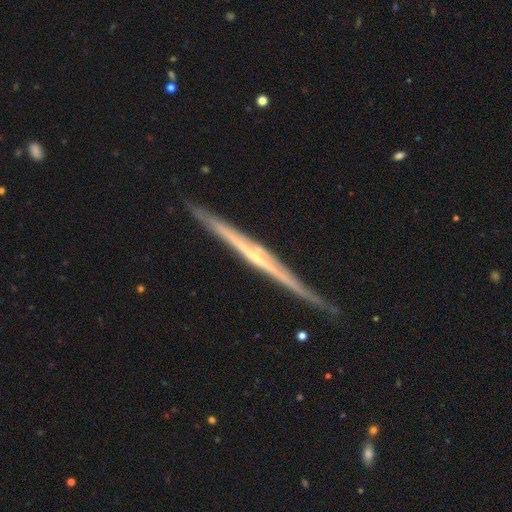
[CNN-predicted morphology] Smooth or featured? featured or disk (84%)
Edge-on disk? yes (98%)
Edge-on bulge? rounded (50%)
Merging? none (89%)